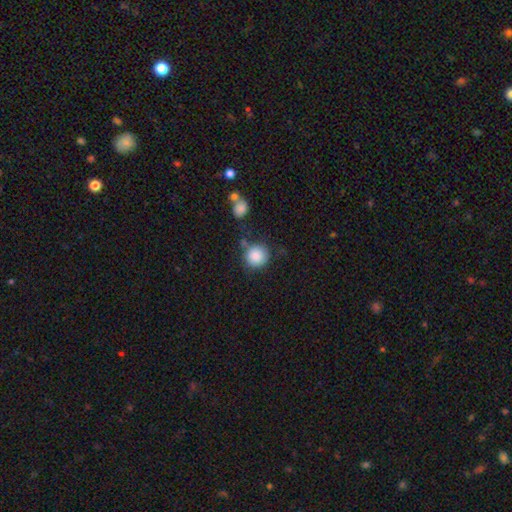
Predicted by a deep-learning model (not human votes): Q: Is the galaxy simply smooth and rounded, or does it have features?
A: smooth — 87%.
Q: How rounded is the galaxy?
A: round — 91%.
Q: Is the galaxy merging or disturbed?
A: none — 73%.